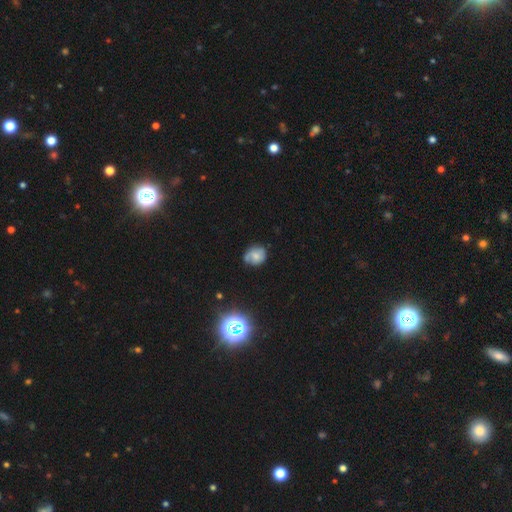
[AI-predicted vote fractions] smooth_or_featured: smooth (p=0.54) [alt: featured or disk p=0.35]
how_rounded: round (p=0.65) [alt: in between p=0.34]
merging: none (p=0.60) [alt: minor disturbance p=0.29]